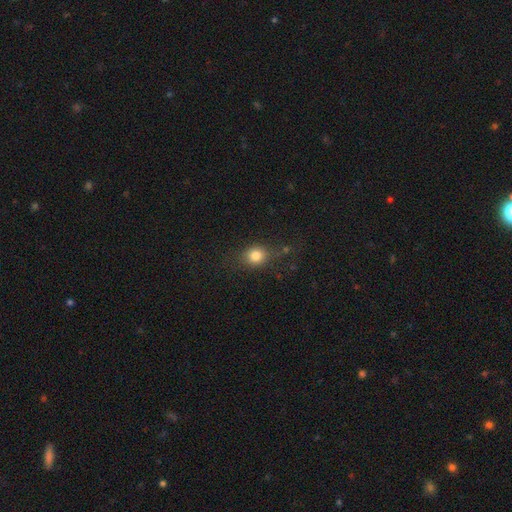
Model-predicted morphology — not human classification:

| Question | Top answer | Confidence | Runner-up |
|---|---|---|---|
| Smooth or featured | smooth | 81% | star or artifact (11%) |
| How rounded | round | 69% | in between (29%) |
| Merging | none | 73% | minor disturbance (17%) |